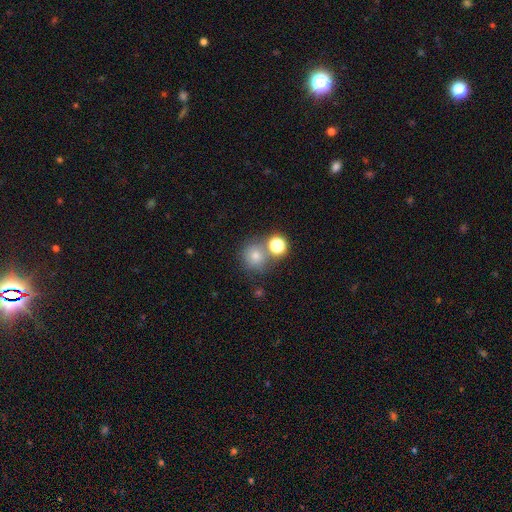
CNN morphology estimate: Smooth or featured? Predicted: smooth (p=0.73). How rounded? Predicted: round (p=0.90). Merging? Predicted: none (p=0.63).